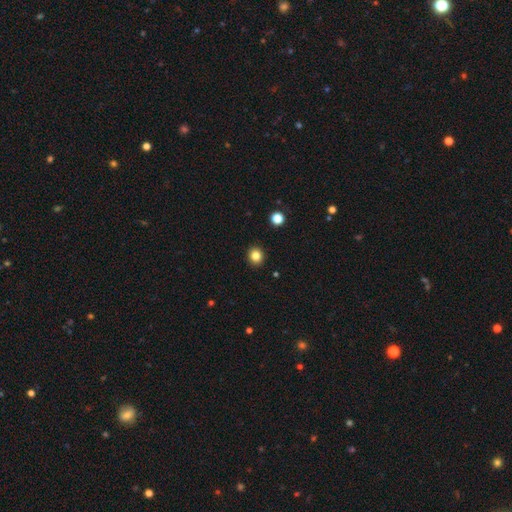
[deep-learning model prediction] smooth_or_featured: smooth (p=0.84) [alt: star or artifact p=0.11]
how_rounded: round (p=0.83) [alt: in between p=0.16]
merging: none (p=0.92) [alt: minor disturbance p=0.05]